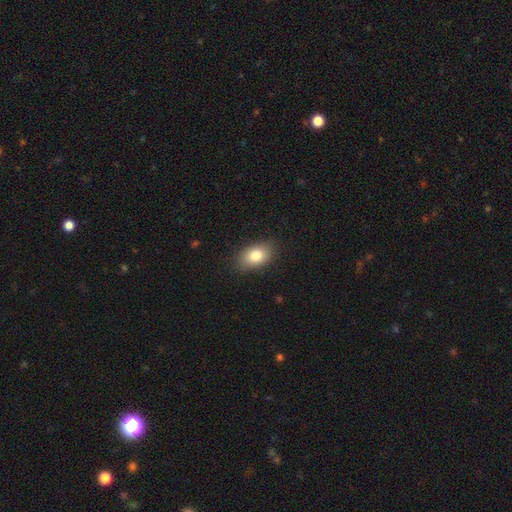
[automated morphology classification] This appears to be a smooth galaxy with no disk features (82%) that is in between round and cigar-shaped (88%). Merging: none (84%).